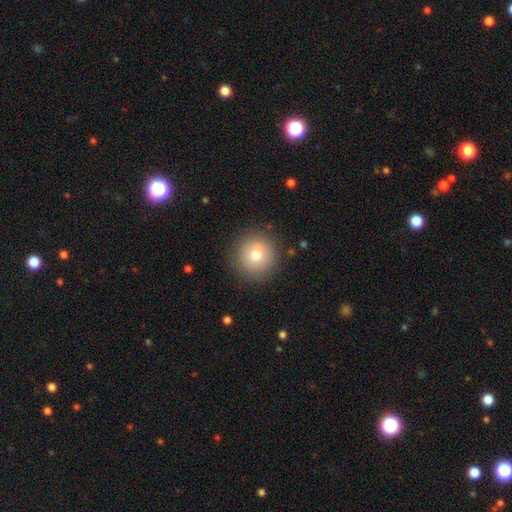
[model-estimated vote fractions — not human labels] Overall: smooth (70%). How rounded: round (94%). Merging: none (72%).